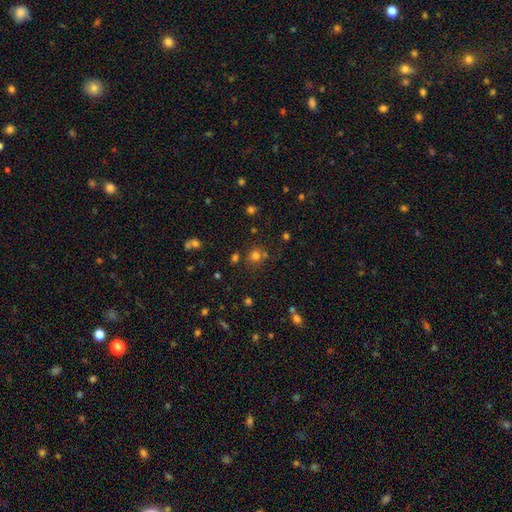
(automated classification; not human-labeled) smooth 71%, star or artifact 22%, featured or disk 7%. Down the decision tree: how rounded — round (88%); merging — none (74%).